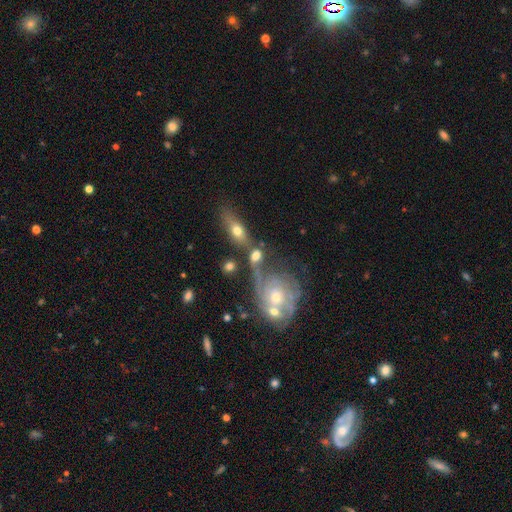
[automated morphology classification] type=smooth (47%); merging=merger (42%).